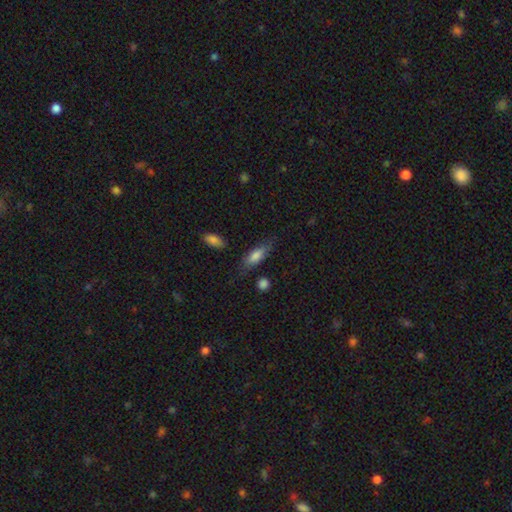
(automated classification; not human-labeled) Overall: smooth (74%). How rounded: in between (65%; cigar-shaped 32%). Merging: none (68%).